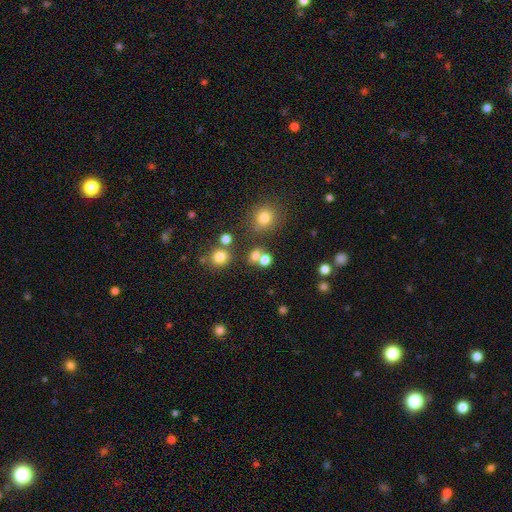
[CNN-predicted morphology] Smooth or featured? smooth (71%)
How rounded? round (77%)
Merging? none (56%)